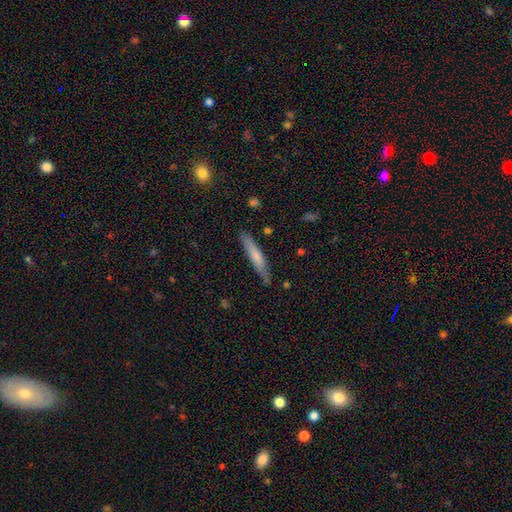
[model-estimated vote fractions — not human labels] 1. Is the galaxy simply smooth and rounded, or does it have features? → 65% smooth, 29% featured or disk, 6% star or artifact.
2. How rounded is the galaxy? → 91% cigar-shaped, 8% in between, 1% round.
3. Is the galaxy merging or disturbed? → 81% none, 14% minor disturbance, 3% major disturbance, 2% merger.